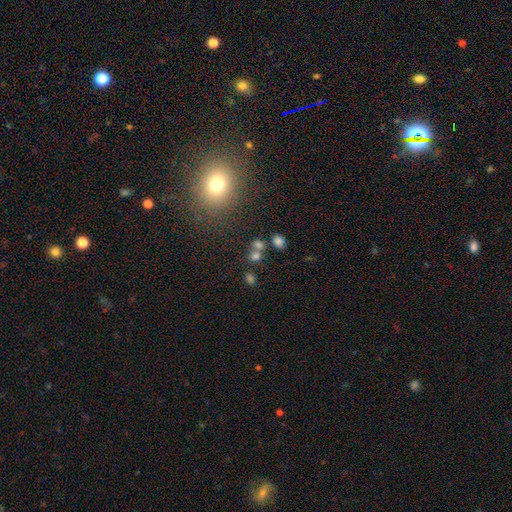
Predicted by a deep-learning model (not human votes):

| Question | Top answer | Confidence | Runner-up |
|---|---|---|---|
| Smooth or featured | smooth | 68% | star or artifact (21%) |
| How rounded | round | 62% | in between (36%) |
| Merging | none | 52% | merger (35%) |